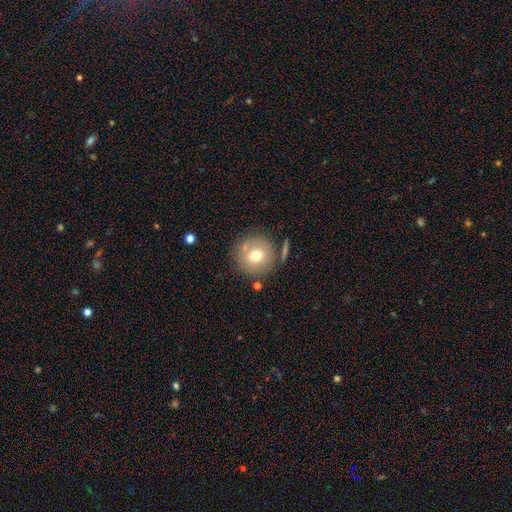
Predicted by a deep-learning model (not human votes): smooth 69%, featured or disk 21%, star or artifact 10%. Down the decision tree: how rounded — round (94%); merging — none (78%).